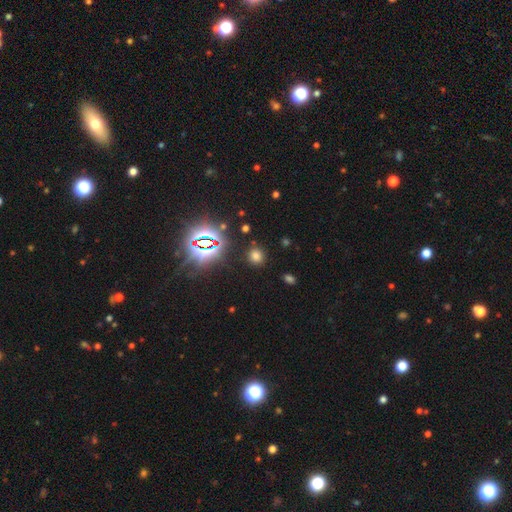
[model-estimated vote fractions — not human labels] Smooth or featured? smooth (65%)
How rounded? round (83%)
Merging? none (87%)